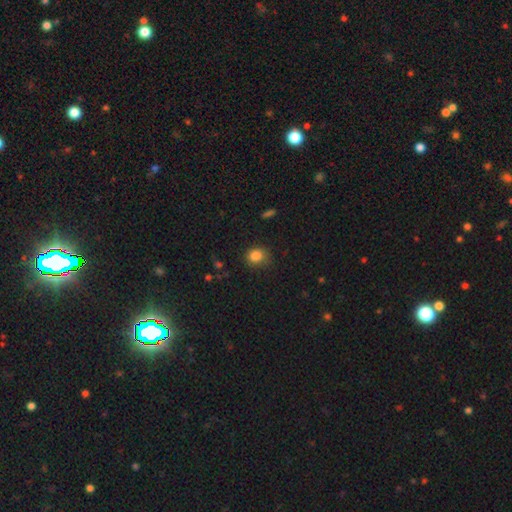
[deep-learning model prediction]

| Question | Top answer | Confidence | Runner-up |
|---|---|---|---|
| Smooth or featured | smooth | 84% | star or artifact (11%) |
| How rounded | round | 70% | in between (29%) |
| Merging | none | 74% | minor disturbance (20%) |